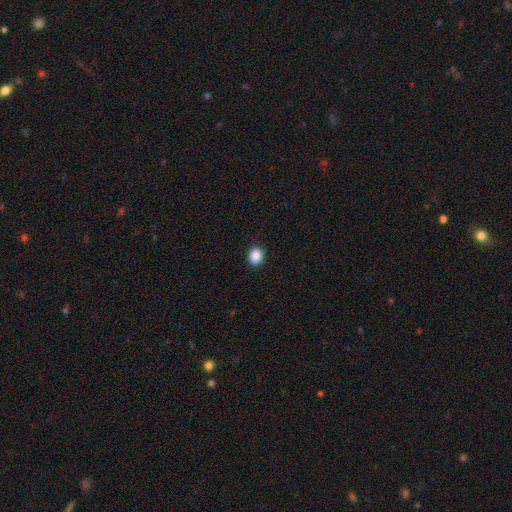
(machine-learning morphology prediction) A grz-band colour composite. It shows a smooth galaxy with no disk features (88%) that is round (61%). Merging: none (90%).